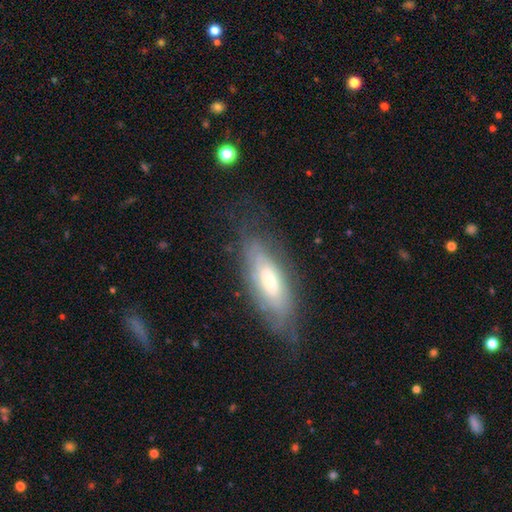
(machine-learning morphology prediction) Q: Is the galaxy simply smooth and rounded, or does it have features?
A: featured or disk — 45%.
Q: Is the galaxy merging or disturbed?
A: none — 79%.